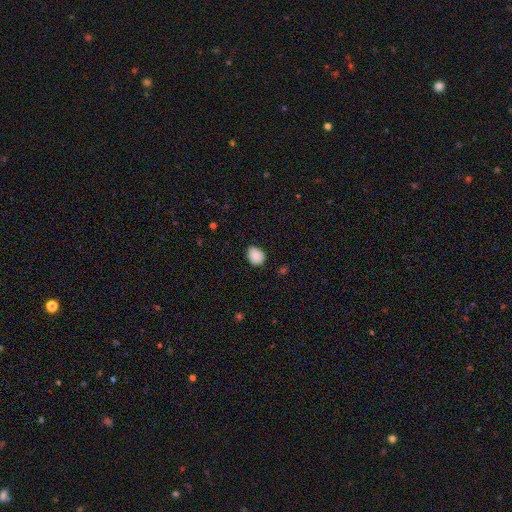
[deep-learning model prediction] A smooth galaxy with no disk features (87%) that is in between round and cigar-shaped (53%). Merging: none (72%).